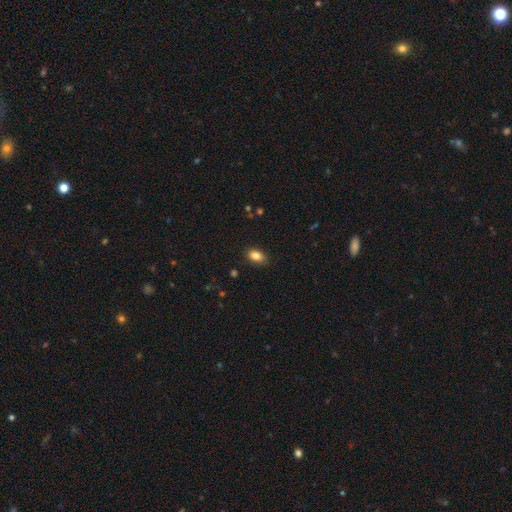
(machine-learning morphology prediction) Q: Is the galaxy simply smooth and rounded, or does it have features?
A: smooth — 85%.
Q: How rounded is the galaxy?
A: in between — 87%.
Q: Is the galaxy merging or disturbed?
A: none — 85%.